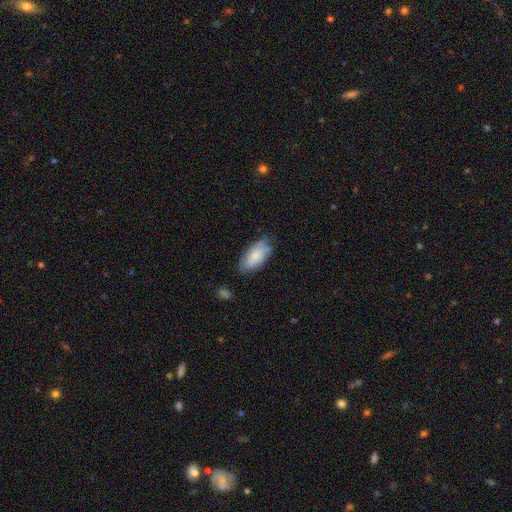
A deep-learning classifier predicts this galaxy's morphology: This appears to be a smooth galaxy with no disk features (76%) that is in between round and cigar-shaped (91%). Merging: none (65%).